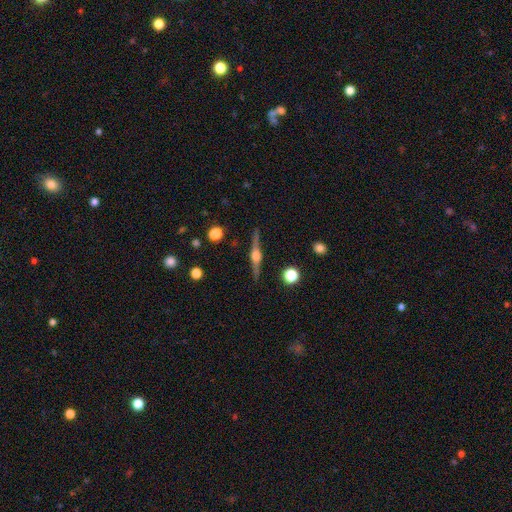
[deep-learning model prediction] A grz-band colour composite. It shows a featured or disk galaxy (84%) viewed edge-on (98%) with a rounded central bulge (89%). Merging: none (90%).